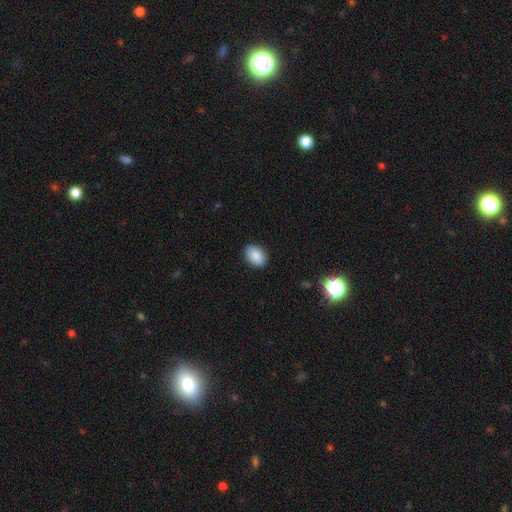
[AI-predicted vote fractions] A smooth galaxy with no disk features (88%) that is in between round and cigar-shaped (86%).

Vote fractions:
- Smooth or featured? smooth: 88% / star or artifact: 7% / featured or disk: 4%
- How rounded? in between: 86% / round: 13% / cigar-shaped: 1%
- Merging? none: 88% / minor disturbance: 9% / major disturbance: 2% / merger: 1%